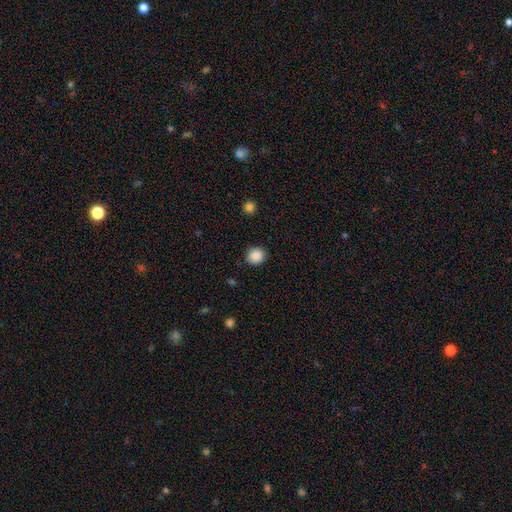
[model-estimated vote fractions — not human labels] A smooth galaxy with no disk features (88%) that is round (88%).

Vote fractions:
- Smooth or featured? smooth: 88% / star or artifact: 9% / featured or disk: 3%
- How rounded? round: 88% / in between: 12% / cigar-shaped: 1%
- Merging? none: 89% / minor disturbance: 7% / major disturbance: 2% / merger: 1%